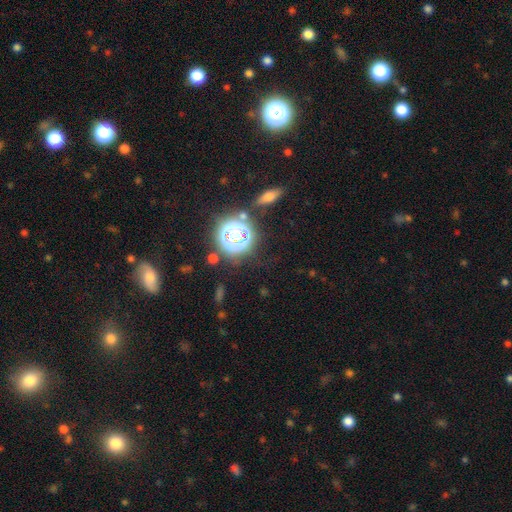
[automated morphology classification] This is likely a star or artifact rather than a galaxy (73%).